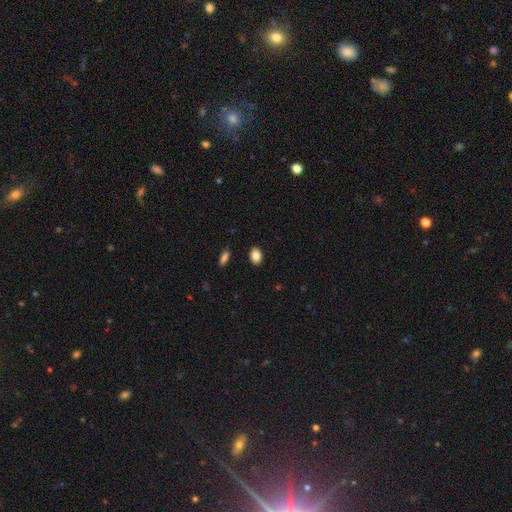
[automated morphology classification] Smooth or featured: smooth — 87% (star or artifact — 8%)
How rounded: in between — 80% (round — 19%)
Merging: none — 89% (minor disturbance — 8%)